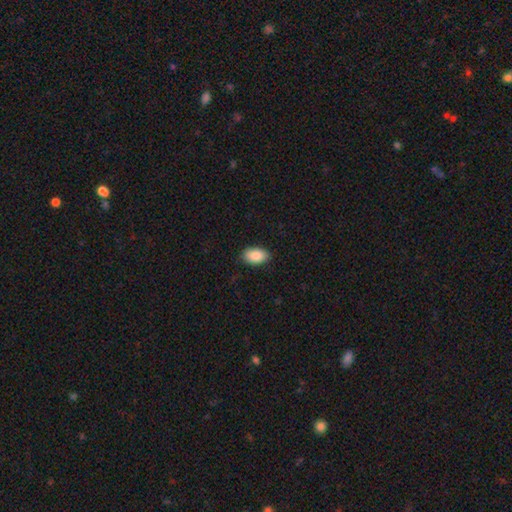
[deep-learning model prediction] This is clearly a smooth galaxy (88%). How rounded: clearly in between (92%). Merging: clearly none (85%).